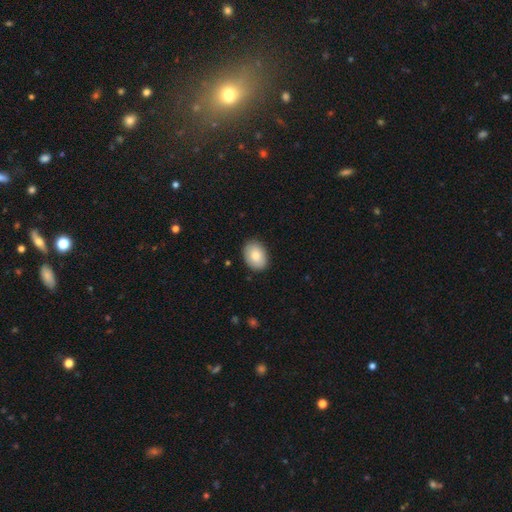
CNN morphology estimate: A smooth galaxy with no disk features (84%) that is in between round and cigar-shaped (77%).

Vote fractions:
- Smooth or featured? smooth: 84% / featured or disk: 9% / star or artifact: 7%
- How rounded? in between: 77% / round: 22% / cigar-shaped: 1%
- Merging? none: 87% / minor disturbance: 10% / major disturbance: 2% / merger: 1%